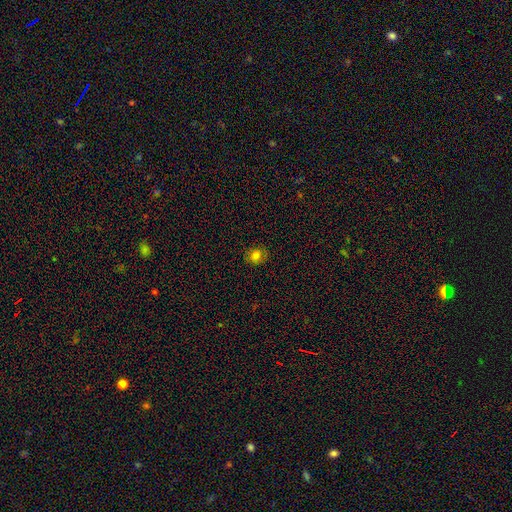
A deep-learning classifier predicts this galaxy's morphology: smooth-or-featured: smooth: 77% | star or artifact: 13% | featured or disk: 10%
  how-rounded: round: 75% | in between: 25% | cigar-shaped: 1%
  merging: none: 85% | minor disturbance: 11% | major disturbance: 3% | merger: 1%